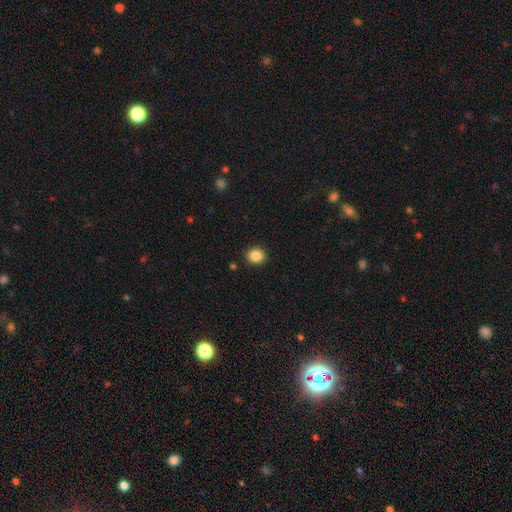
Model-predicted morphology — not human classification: smooth-or-featured: smooth: 87% | star or artifact: 10% | featured or disk: 3%
  how-rounded: round: 79% | in between: 20% | cigar-shaped: 1%
  merging: none: 91% | minor disturbance: 6% | major disturbance: 2% | merger: 1%